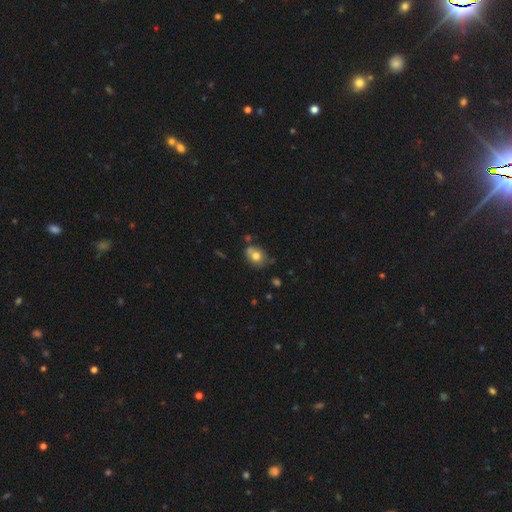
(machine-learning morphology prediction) Smooth or featured?
  - smooth: 75% *
  - featured or disk: 15%
  - star or artifact: 10%
How rounded?
  - in between: 54% *
  - round: 45%
  - cigar-shaped: 1%
Merging?
  - none: 59% *
  - minor disturbance: 24%
  - merger: 11%
  - major disturbance: 6%